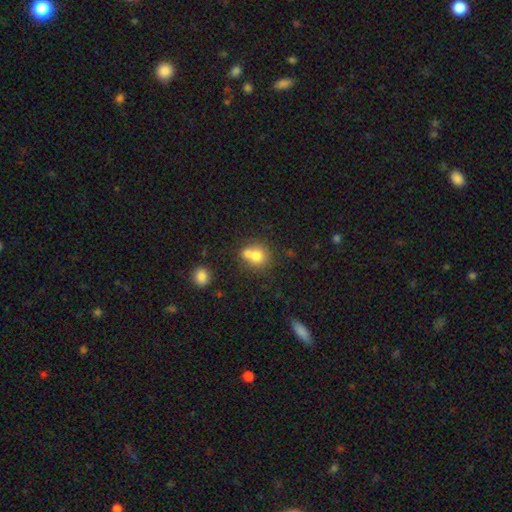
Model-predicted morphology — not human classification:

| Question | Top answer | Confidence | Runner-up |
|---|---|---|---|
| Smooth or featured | smooth | 73% | featured or disk (16%) |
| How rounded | round | 78% | in between (21%) |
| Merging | merger | 45% | none (41%) |